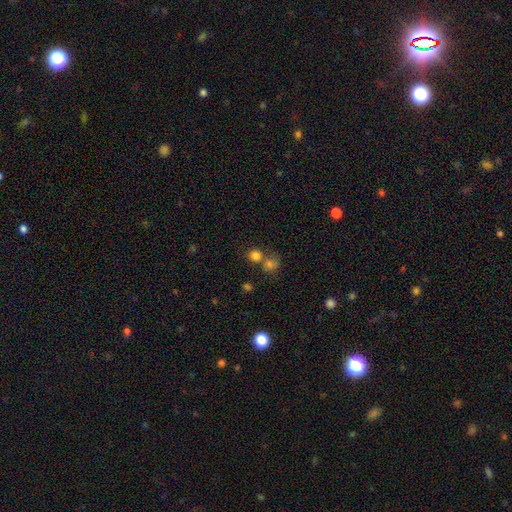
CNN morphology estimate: Smooth or featured?
  - smooth: 78% *
  - star or artifact: 15%
  - featured or disk: 7%
How rounded?
  - round: 85% *
  - in between: 14%
  - cigar-shaped: 1%
Merging?
  - none: 56% *
  - merger: 33%
  - minor disturbance: 8%
  - major disturbance: 4%